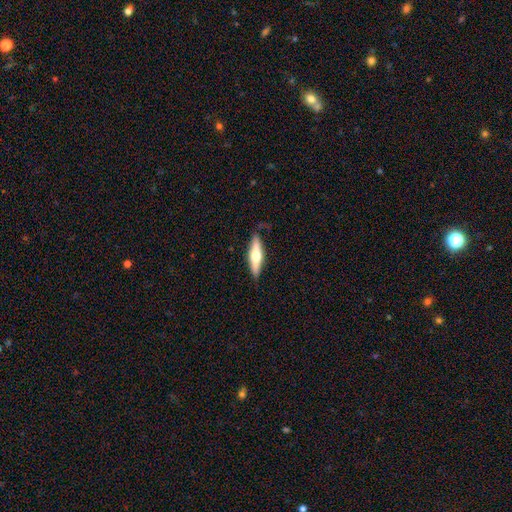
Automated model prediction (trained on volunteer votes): Q: Smooth or featured?
A: featured or disk (51%); runner-up: smooth (44%)
Q: Edge-on disk?
A: yes (93%); runner-up: no (7%)
Q: Merging?
A: none (83%); runner-up: minor disturbance (13%)